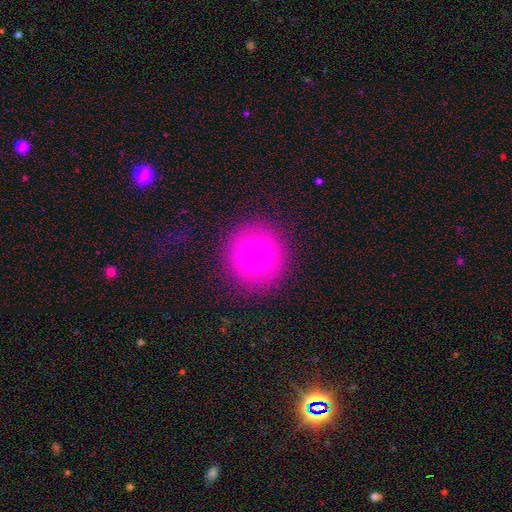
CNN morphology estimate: The model was most divided on "smooth or featured": smooth: 47%, featured or disk: 43%, star or artifact: 10%. More confident: merging — none (86%).